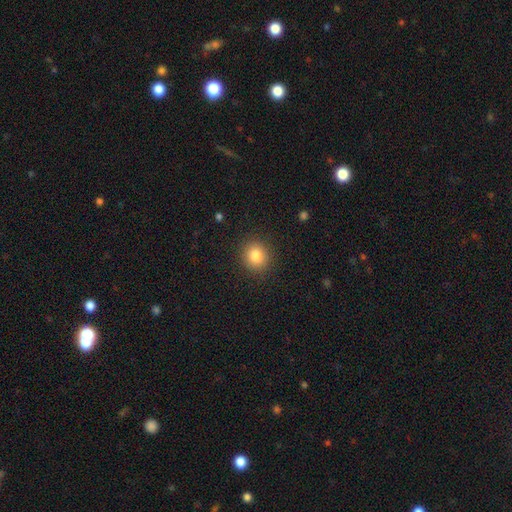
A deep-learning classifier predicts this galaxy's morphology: A smooth galaxy with no disk features (83%) that is round (84%).

Vote fractions:
- Smooth or featured? smooth: 83% / star or artifact: 11% / featured or disk: 7%
- How rounded? round: 84% / in between: 15% / cigar-shaped: 1%
- Merging? none: 89% / minor disturbance: 7% / major disturbance: 3% / merger: 1%